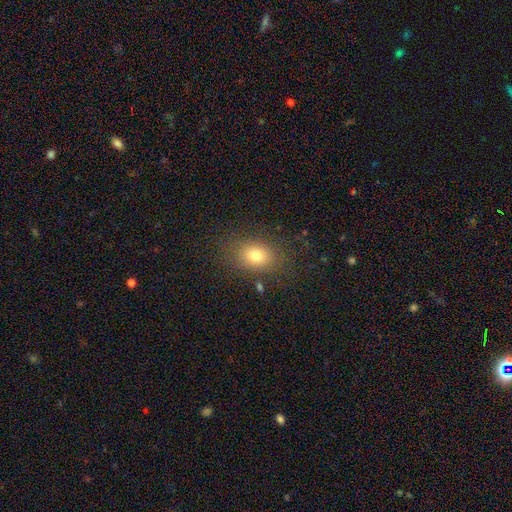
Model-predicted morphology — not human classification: A smooth galaxy with no disk features (77%) that is in between round and cigar-shaped (62%).

Vote fractions:
- Smooth or featured? smooth: 77% / star or artifact: 13% / featured or disk: 10%
- How rounded? in between: 62% / round: 37% / cigar-shaped: 1%
- Merging? none: 81% / minor disturbance: 12% / major disturbance: 5% / merger: 2%